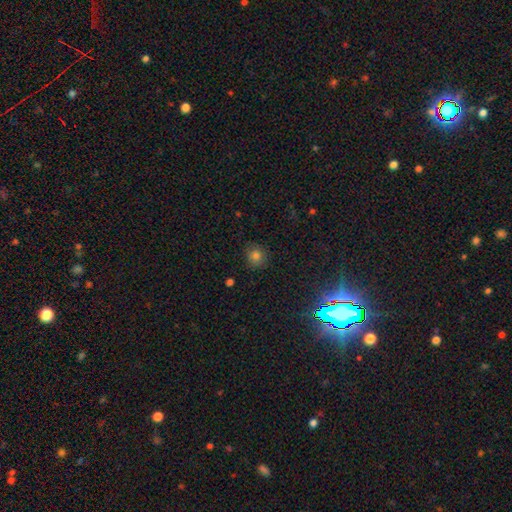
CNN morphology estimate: The model was most divided on "smooth or featured": smooth: 78%, star or artifact: 15%, featured or disk: 6%. More confident: how rounded — round (85%); merging — none (85%).